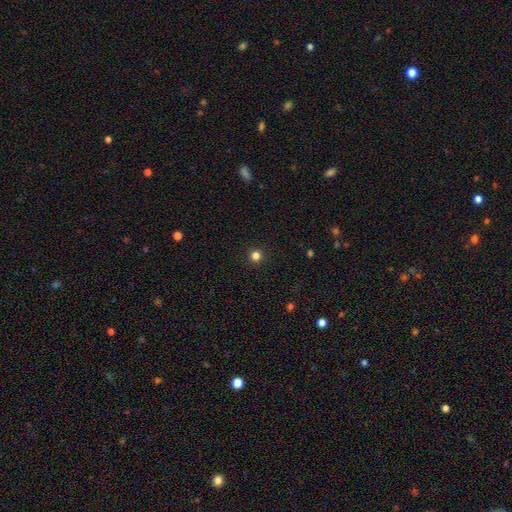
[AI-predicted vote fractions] Smooth or featured? smooth (82%)
How rounded? round (96%)
Merging? none (93%)